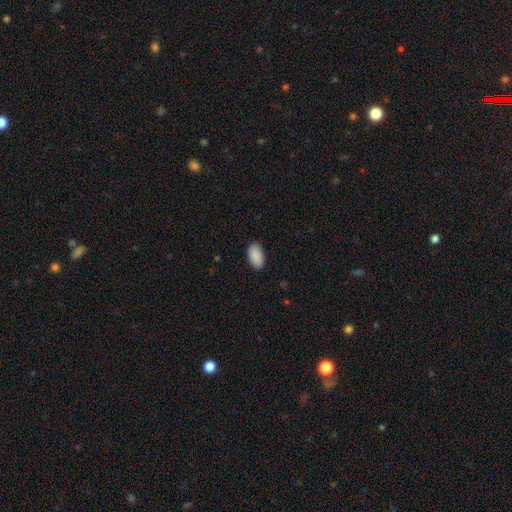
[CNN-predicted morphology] Overall: smooth (91%). How rounded: in between (96%). Merging: none (89%).